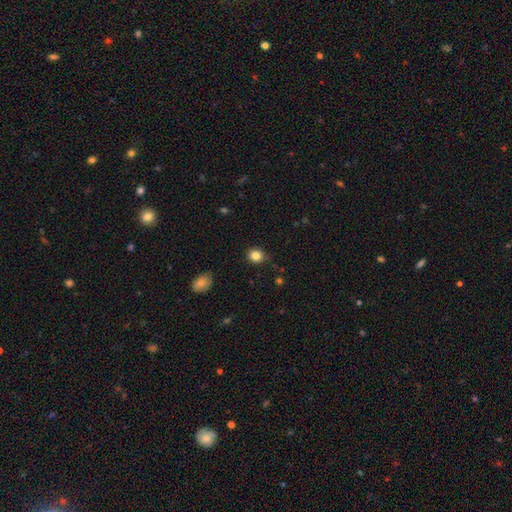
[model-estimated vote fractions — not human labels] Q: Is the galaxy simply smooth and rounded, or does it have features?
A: smooth — 84%.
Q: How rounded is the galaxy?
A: round — 78%.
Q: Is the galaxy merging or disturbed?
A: none — 82%.